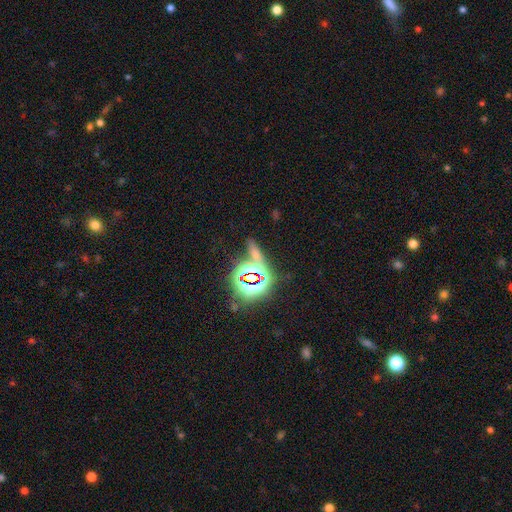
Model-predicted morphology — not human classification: A star or artifact, not a galaxy (56%).